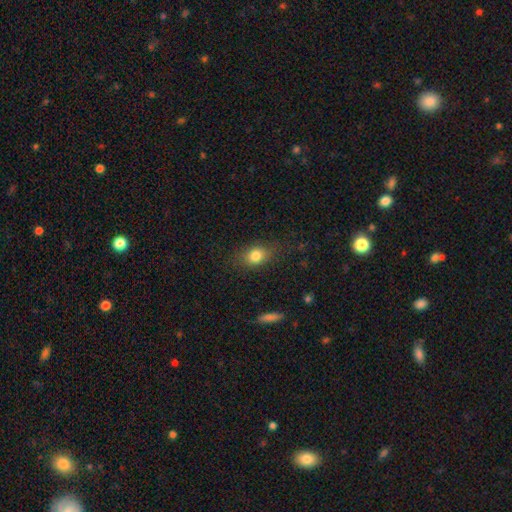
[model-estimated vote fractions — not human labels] The model was most divided on "how rounded": in between: 63%, round: 34%, cigar-shaped: 3%. More confident: smooth or featured — smooth (81%); merging — none (77%).